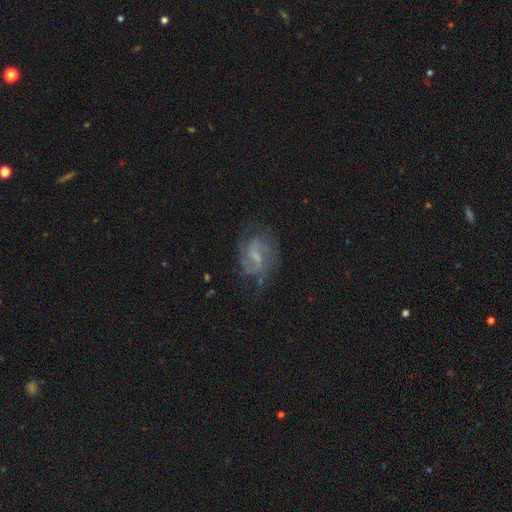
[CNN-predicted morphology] Smooth or featured? Predicted: featured or disk (p=0.81). Edge-on disk? Predicted: no (p=0.97). Bar? Predicted: weak (p=0.59). Spiral arms? Predicted: yes (p=0.93). Spiral winding? Predicted: medium (p=0.51). Spiral arm count? Predicted: 2 (p=0.70). Bulge size? Predicted: small (p=0.45). Merging? Predicted: none (p=0.65).